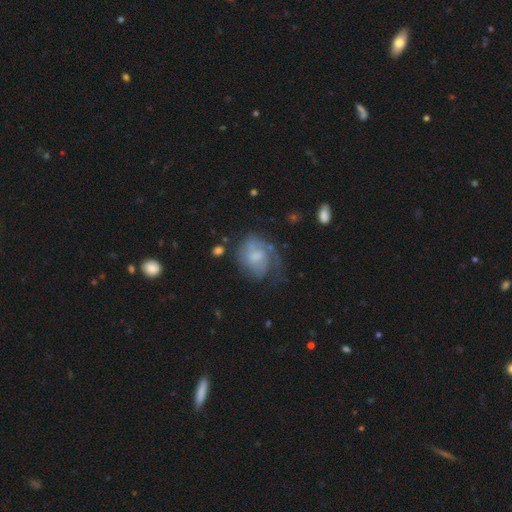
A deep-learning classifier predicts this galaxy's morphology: Q: Smooth or featured?
A: featured or disk (58%); runner-up: smooth (34%)
Q: Edge-on disk?
A: no (97%); runner-up: yes (3%)
Q: Bar?
A: no (59%); runner-up: weak (36%)
Q: Spiral arms?
A: yes (78%); runner-up: no (22%)
Q: Bulge size?
A: moderate (38%); runner-up: small (31%)
Q: Merging?
A: none (43%); runner-up: major disturbance (28%)